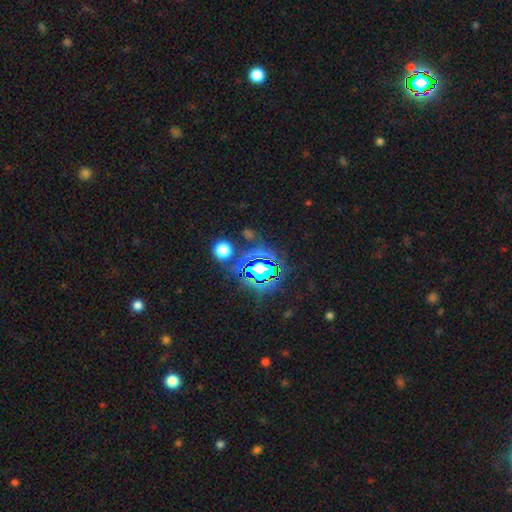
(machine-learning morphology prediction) smooth_or_featured: star or artifact (p=0.79) [alt: smooth p=0.14]